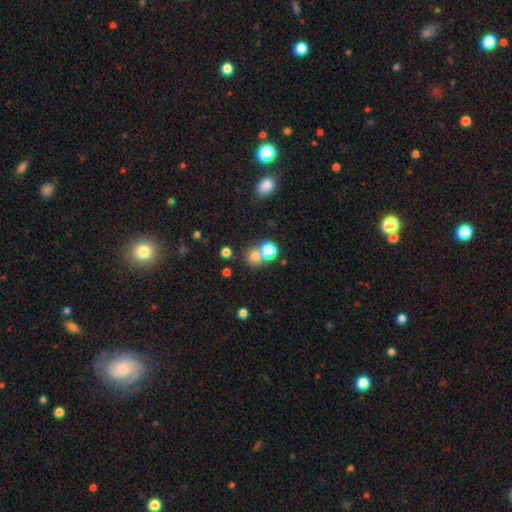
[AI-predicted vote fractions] Smooth or featured?
  - smooth: 73% *
  - star or artifact: 17%
  - featured or disk: 9%
How rounded?
  - round: 85% *
  - in between: 14%
  - cigar-shaped: 1%
Merging?
  - none: 55% *
  - merger: 34%
  - minor disturbance: 7%
  - major disturbance: 4%